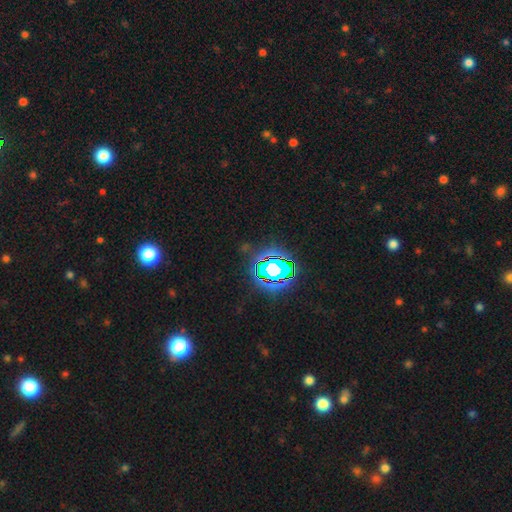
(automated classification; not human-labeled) A star or artifact, not a galaxy (80%).